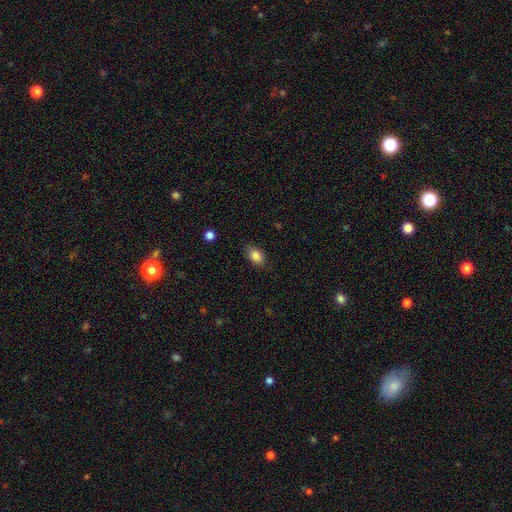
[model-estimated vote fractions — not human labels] Smooth or featured? smooth (85%)
How rounded? in between (82%)
Merging? none (83%)